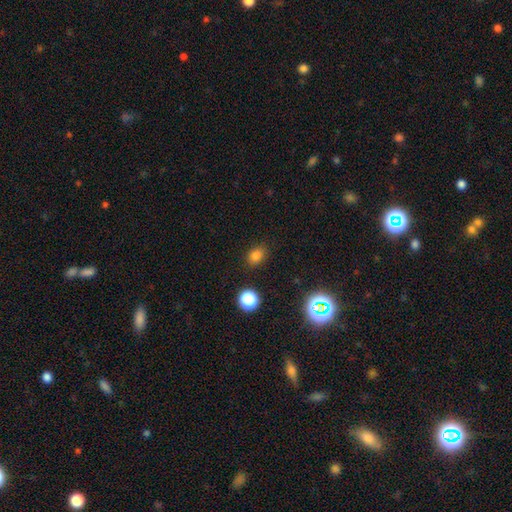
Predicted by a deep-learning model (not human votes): A smooth galaxy with no disk features (77%) that is in between round and cigar-shaped (54%). Merging: none (83%).